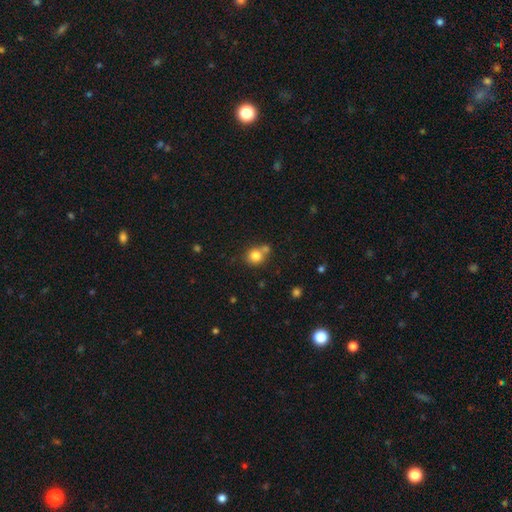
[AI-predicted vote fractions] This is clearly a smooth galaxy (81%). How rounded: clearly round (85%). Merging: possibly none (55%).